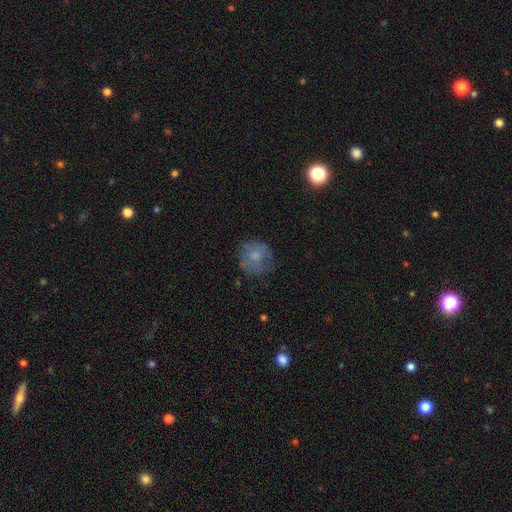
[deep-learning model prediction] Q: Smooth or featured?
A: smooth (68%); runner-up: featured or disk (23%)
Q: How rounded?
A: round (86%); runner-up: in between (13%)
Q: Merging?
A: none (63%); runner-up: minor disturbance (24%)